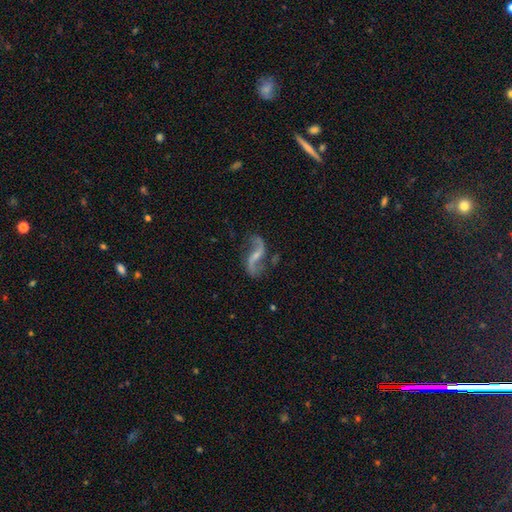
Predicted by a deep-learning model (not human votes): featured or disk 90%, star or artifact 5%, smooth 5%. Down the decision tree: edge-on disk — no (97%); bar — weak (42%); spiral arms — yes (96%); spiral arm count — 2 (94%); spiral winding — loose (84%); bulge size — small (60%); merging — none (73%).